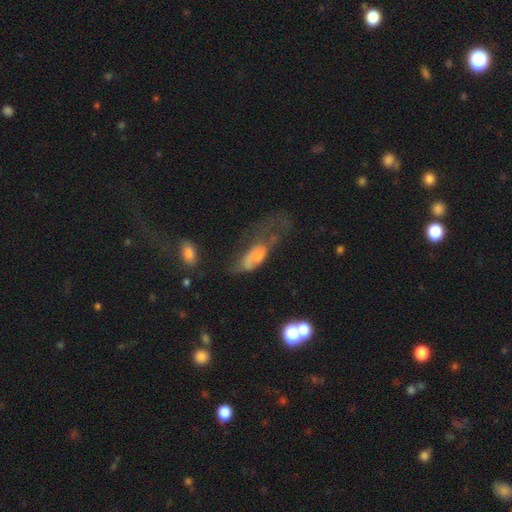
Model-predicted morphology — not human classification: Smooth or featured? Predicted: smooth (p=0.49). Merging? Predicted: major disturbance (p=0.57).